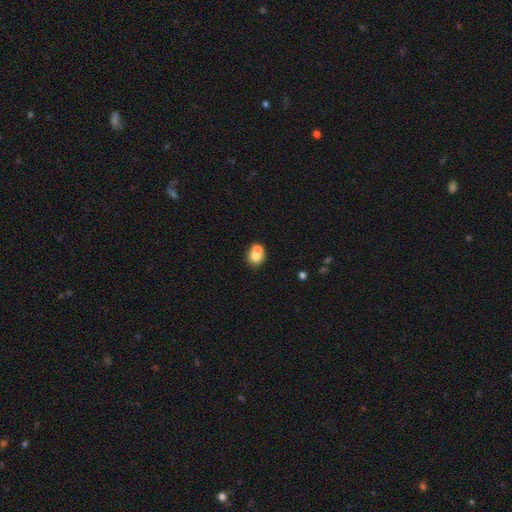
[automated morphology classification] This appears to be a smooth galaxy with no disk features (70%) that is round (58%). Merging: merger (57%).